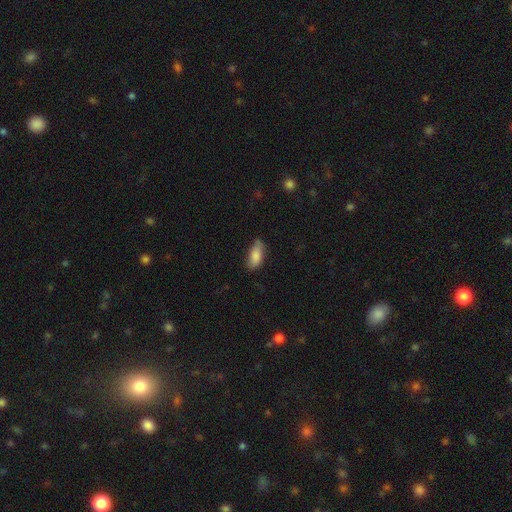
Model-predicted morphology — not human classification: smooth 84%, featured or disk 9%, star or artifact 7%. Down the decision tree: how rounded — in between (87%); merging — none (70%).